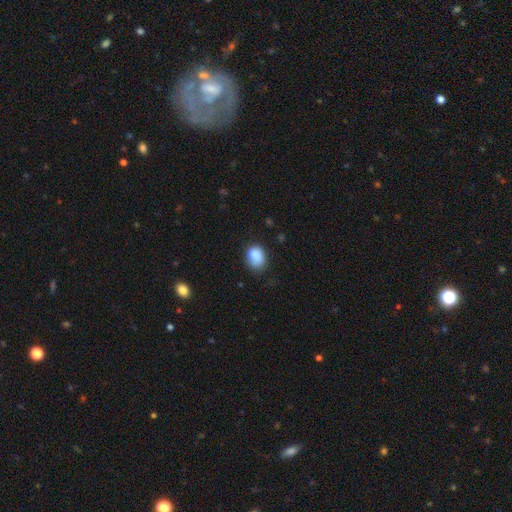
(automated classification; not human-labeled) Smooth or featured: smooth — 87% (star or artifact — 8%)
How rounded: in between — 63% (round — 36%)
Merging: none — 67% (minor disturbance — 24%)